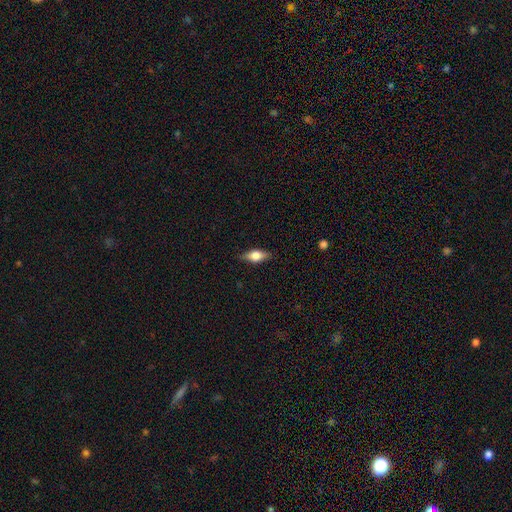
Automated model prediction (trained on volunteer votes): smooth_or_featured: smooth (p=0.59) [alt: featured or disk p=0.33]
how_rounded: in between (p=0.73) [alt: cigar-shaped p=0.22]
merging: none (p=0.85) [alt: minor disturbance p=0.12]